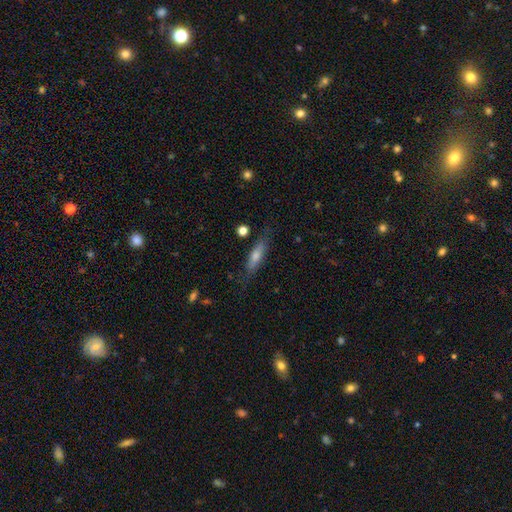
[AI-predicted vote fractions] smooth_or_featured: smooth (p=0.51) [alt: featured or disk p=0.40]
how_rounded: cigar-shaped (p=0.75) [alt: in between p=0.23]
merging: none (p=0.78) [alt: minor disturbance p=0.15]